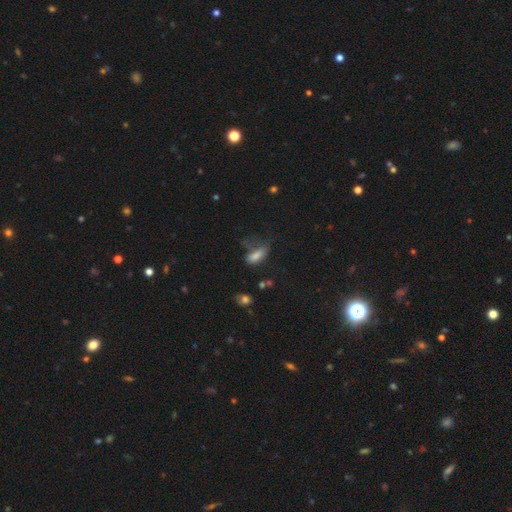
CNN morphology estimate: type=smooth (71%); roundness=in between (73%); merging=none (35%).